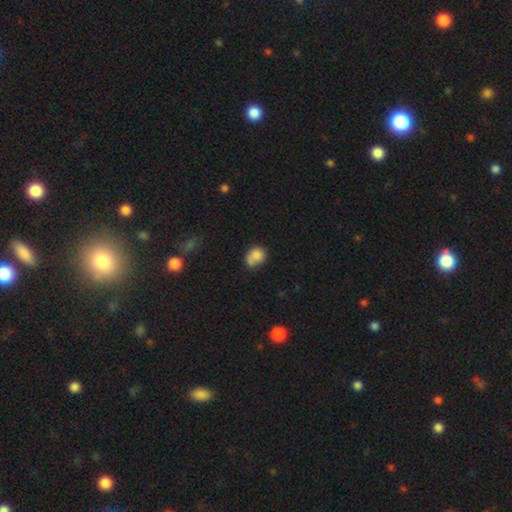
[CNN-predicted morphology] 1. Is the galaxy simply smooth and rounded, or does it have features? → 77% smooth, 13% featured or disk, 10% star or artifact.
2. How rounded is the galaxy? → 55% round, 44% in between, 1% cigar-shaped.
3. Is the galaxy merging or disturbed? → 44% none, 25% minor disturbance, 21% merger, 10% major disturbance.